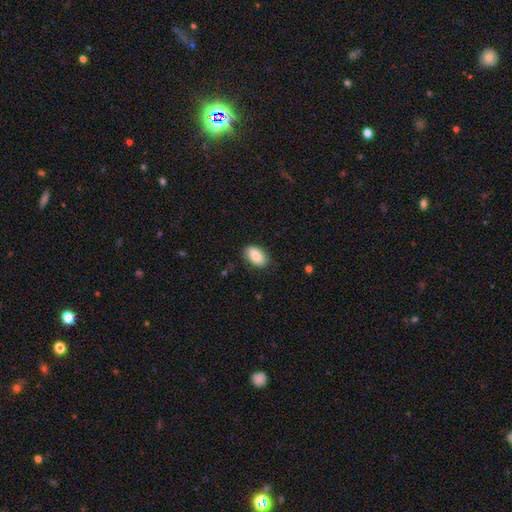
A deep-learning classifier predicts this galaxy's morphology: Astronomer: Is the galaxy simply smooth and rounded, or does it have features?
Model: smooth — 86%.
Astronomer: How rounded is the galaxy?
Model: in between — 92%.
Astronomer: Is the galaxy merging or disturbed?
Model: none — 81%.